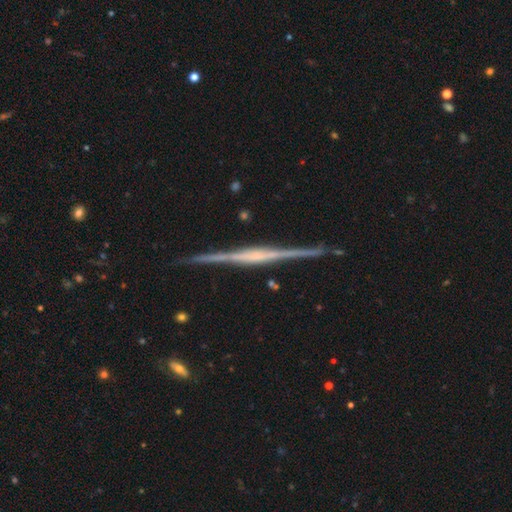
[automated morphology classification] Overall: featured or disk (86%). Edge-on disk: yes (99%). Edge-on bulge: rounded (38%; none 33%). Merging: none (90%).